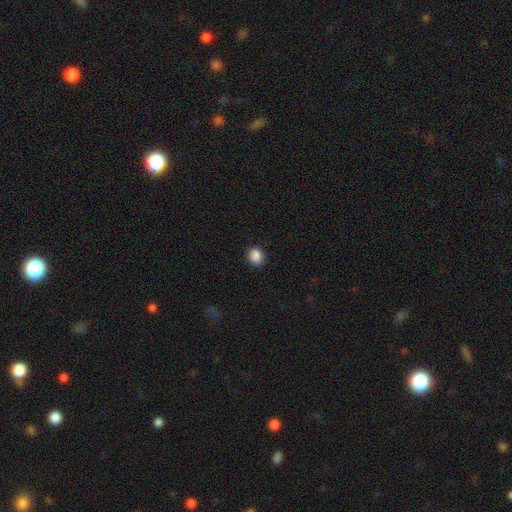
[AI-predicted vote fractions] smooth-or-featured: smooth: 88% | star or artifact: 9% | featured or disk: 3%
  how-rounded: round: 68% | in between: 31% | cigar-shaped: 1%
  merging: none: 88% | minor disturbance: 9% | major disturbance: 2% | merger: 1%